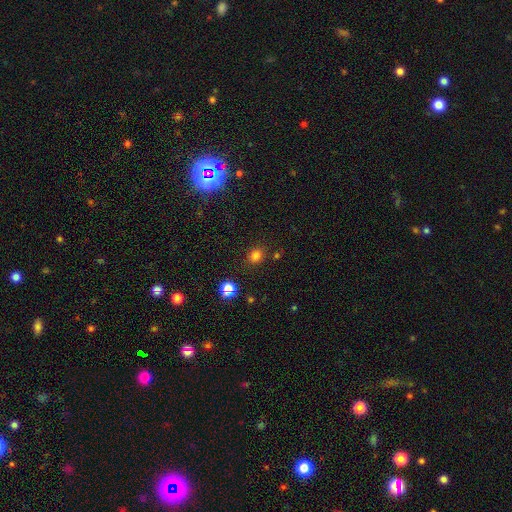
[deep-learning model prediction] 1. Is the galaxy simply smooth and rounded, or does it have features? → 76% smooth, 19% star or artifact, 5% featured or disk.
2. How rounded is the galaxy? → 72% round, 27% in between, 1% cigar-shaped.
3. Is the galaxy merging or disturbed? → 85% none, 9% minor disturbance, 3% merger, 3% major disturbance.